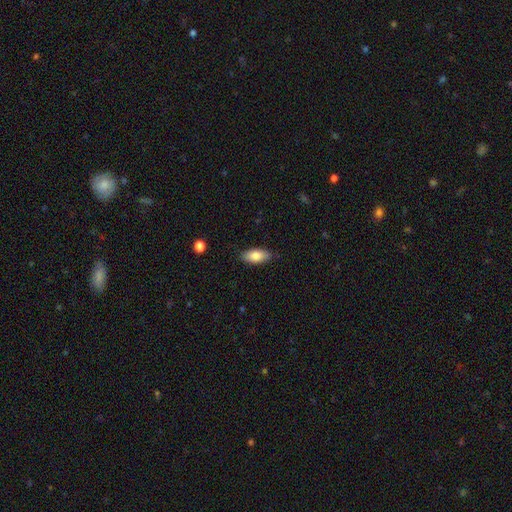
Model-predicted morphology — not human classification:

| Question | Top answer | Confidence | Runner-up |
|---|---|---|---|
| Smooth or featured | smooth | 81% | featured or disk (13%) |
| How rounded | in between | 87% | cigar-shaped (11%) |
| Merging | none | 85% | minor disturbance (12%) |